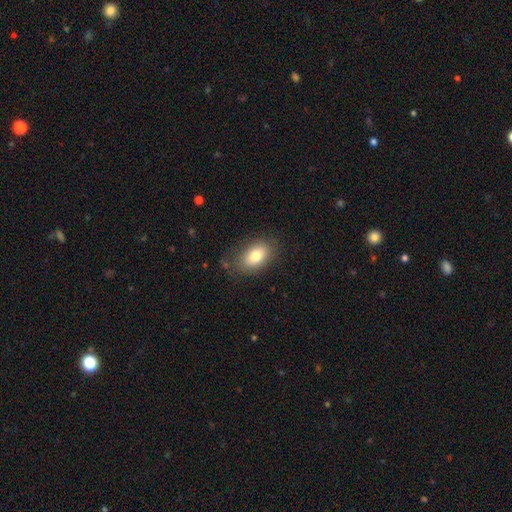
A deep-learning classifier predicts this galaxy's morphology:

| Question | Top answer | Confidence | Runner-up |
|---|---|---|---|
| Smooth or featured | smooth | 78% | featured or disk (14%) |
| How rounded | in between | 88% | round (10%) |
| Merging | none | 78% | minor disturbance (15%) |